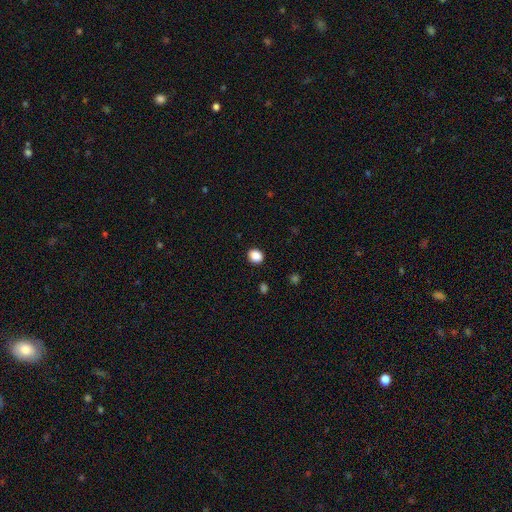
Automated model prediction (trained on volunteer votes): Smooth or featured: smooth — 88% (star or artifact — 9%)
How rounded: round — 57% (in between — 42%)
Merging: none — 90% (minor disturbance — 7%)